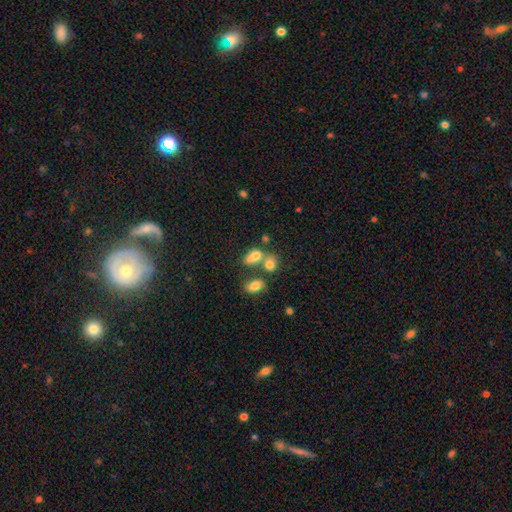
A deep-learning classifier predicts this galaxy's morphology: smooth_or_featured: smooth (p=0.75) [alt: featured or disk p=0.13]
how_rounded: in between (p=0.74) [alt: round p=0.21]
merging: merger (p=0.44) [alt: none p=0.36]